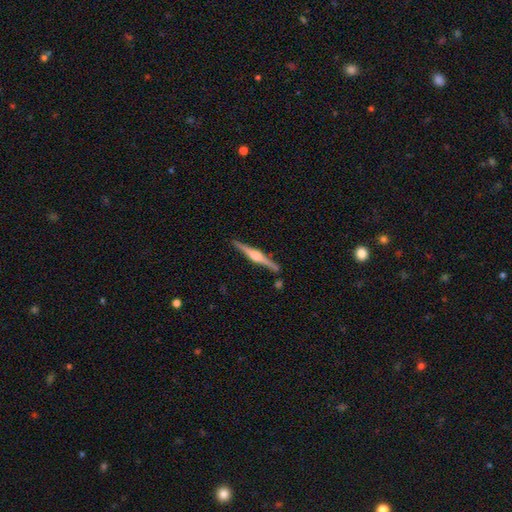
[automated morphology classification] Q: Smooth or featured?
A: featured or disk (81%); runner-up: smooth (14%)
Q: Edge-on disk?
A: yes (98%); runner-up: no (2%)
Q: Edge-on bulge?
A: rounded (85%); runner-up: boxy (12%)
Q: Merging?
A: none (87%); runner-up: minor disturbance (8%)